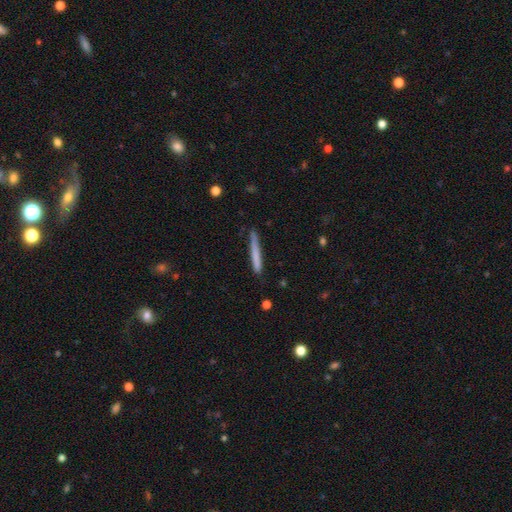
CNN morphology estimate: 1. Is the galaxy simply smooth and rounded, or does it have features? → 72% smooth, 22% featured or disk, 6% star or artifact.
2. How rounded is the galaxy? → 96% cigar-shaped, 2% in between, 1% round.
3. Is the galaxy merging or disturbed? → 83% none, 13% minor disturbance, 2% major disturbance, 2% merger.